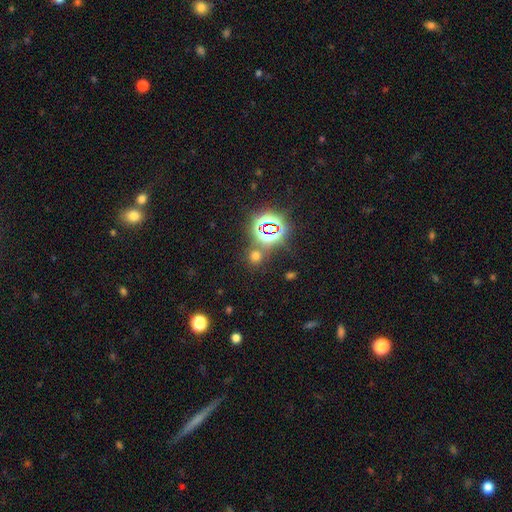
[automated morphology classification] A smooth galaxy with no disk features (48%).

Vote fractions:
- Smooth or featured? smooth: 48% / star or artifact: 45% / featured or disk: 7%
- Merging? none: 74% / merger: 13% / minor disturbance: 8% / major disturbance: 4%